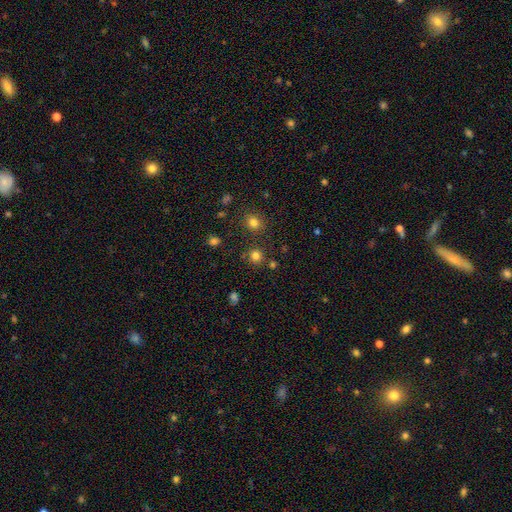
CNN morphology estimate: smooth_or_featured: smooth (p=0.79) [alt: star or artifact p=0.16]
how_rounded: round (p=0.91) [alt: in between p=0.08]
merging: none (p=0.84) [alt: minor disturbance p=0.08]